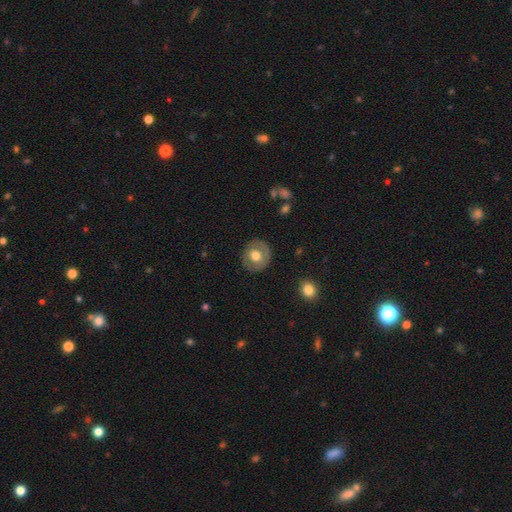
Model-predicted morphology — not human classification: Smooth or featured?
  - smooth: 62% *
  - featured or disk: 30%
  - star or artifact: 7%
How rounded?
  - round: 83% *
  - in between: 16%
  - cigar-shaped: 1%
Merging?
  - none: 85% *
  - minor disturbance: 10%
  - major disturbance: 3%
  - merger: 1%